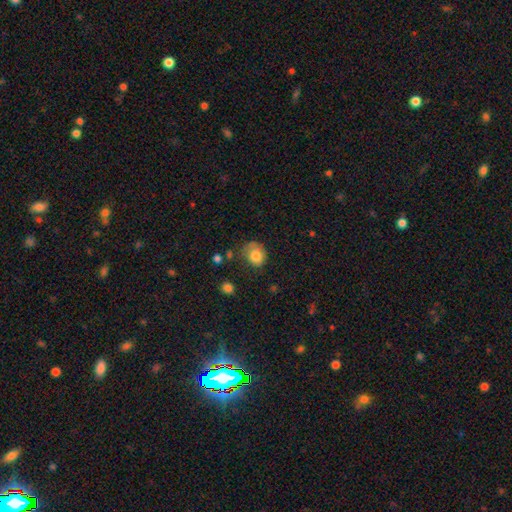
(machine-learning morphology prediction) smooth 75%, featured or disk 16%, star or artifact 9%. Down the decision tree: how rounded — round (61%); merging — none (46%).